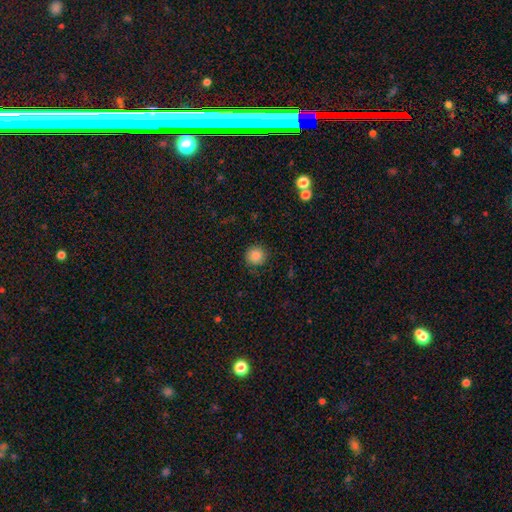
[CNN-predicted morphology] Overall: smooth (85%). How rounded: round (94%). Merging: none (86%).